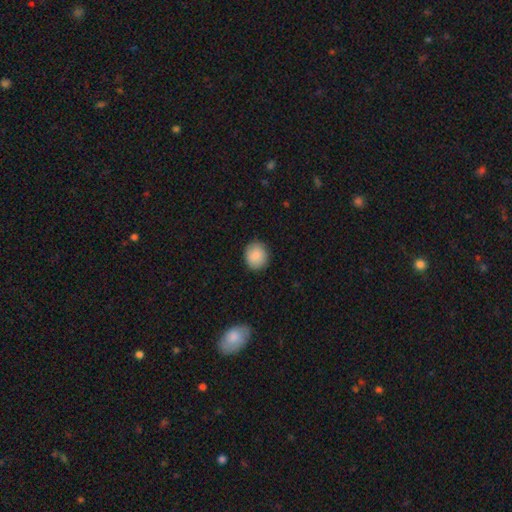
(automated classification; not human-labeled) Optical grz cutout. It shows a smooth galaxy with no disk features (88%) that is round (77%). Merging: none (88%).